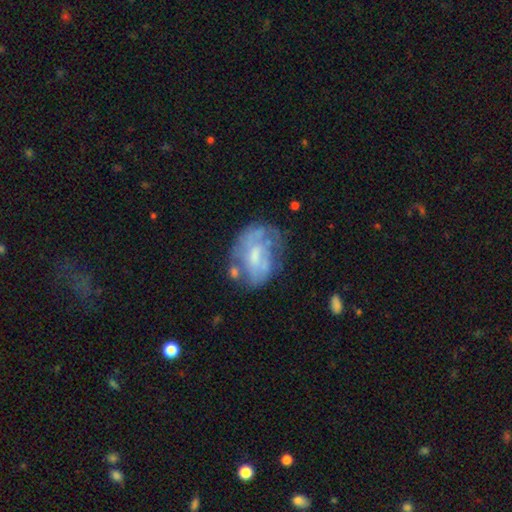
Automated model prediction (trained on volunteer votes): A featured or disk galaxy (61%) with no bar (55%), no spiral arms (56%) and a moderate central bulge (37%).

Vote fractions:
- Smooth or featured? featured or disk: 61% / smooth: 30% / star or artifact: 9%
- Edge-on disk? no: 97% / yes: 3%
- Bar? no: 55% / weak: 36% / strong: 9%
- Spiral arms? no: 56% / yes: 44%
- Bulge size? moderate: 37% / small: 36% / none: 21% / large: 5% / dominant: 1%
- Merging? none: 49% / minor disturbance: 26% / major disturbance: 18% / merger: 8%